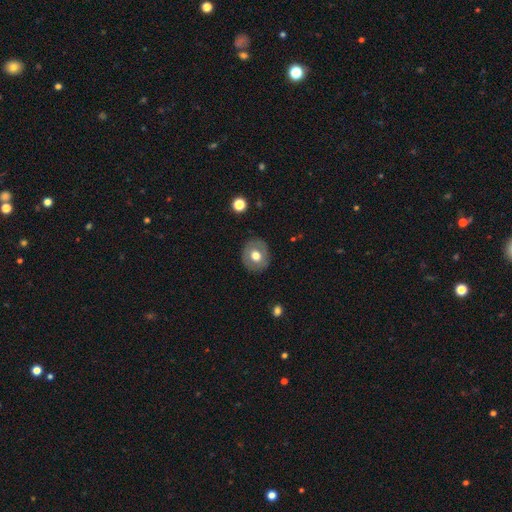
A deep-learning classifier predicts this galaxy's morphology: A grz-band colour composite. It shows a smooth galaxy with no disk features (60%) that is round (77%). Merging: none (86%).